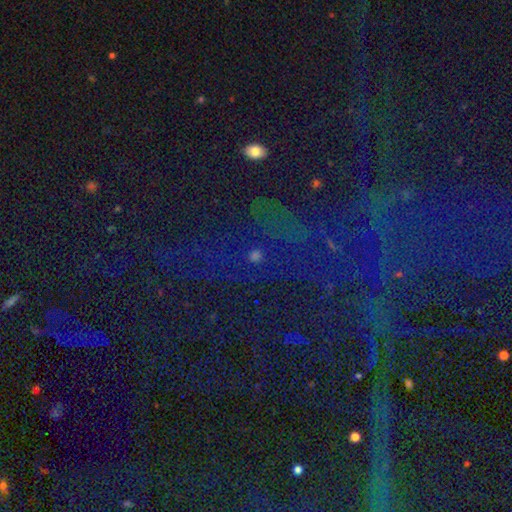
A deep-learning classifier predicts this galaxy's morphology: Smooth or featured?
  - star or artifact: 82% *
  - smooth: 10%
  - featured or disk: 7%